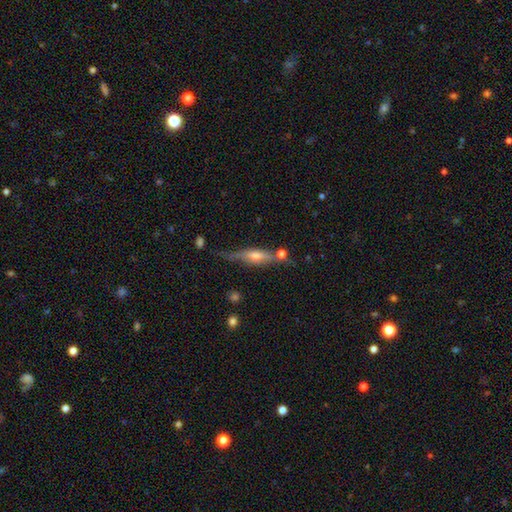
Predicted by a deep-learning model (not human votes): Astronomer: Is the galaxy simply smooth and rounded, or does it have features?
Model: featured or disk — 69%.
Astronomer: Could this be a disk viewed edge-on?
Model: yes — 93%.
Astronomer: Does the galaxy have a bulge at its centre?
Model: rounded — 80%.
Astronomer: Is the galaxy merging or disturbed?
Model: none — 67%.